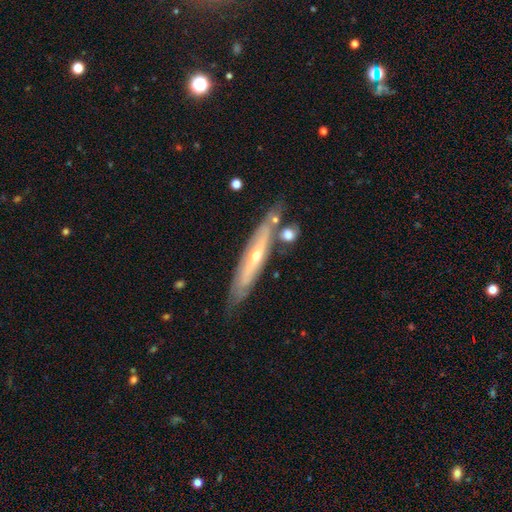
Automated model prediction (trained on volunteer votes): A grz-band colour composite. It shows a featured or disk galaxy (72%) viewed edge-on (66%). Merging: none (72%).